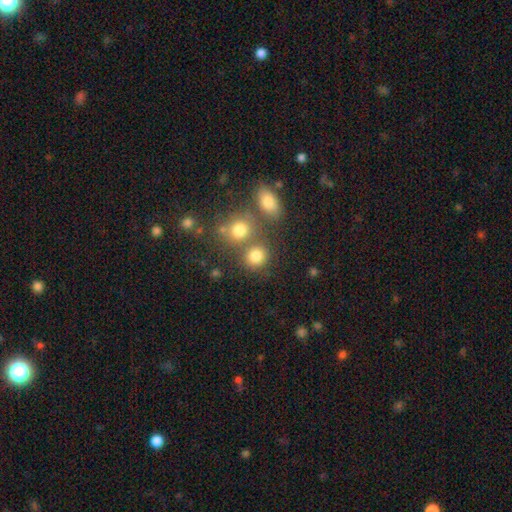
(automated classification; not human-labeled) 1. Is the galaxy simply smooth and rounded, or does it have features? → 80% smooth, 13% star or artifact, 7% featured or disk.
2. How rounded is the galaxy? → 79% round, 20% in between, 1% cigar-shaped.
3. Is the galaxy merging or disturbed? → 62% none, 24% merger, 9% minor disturbance, 4% major disturbance.